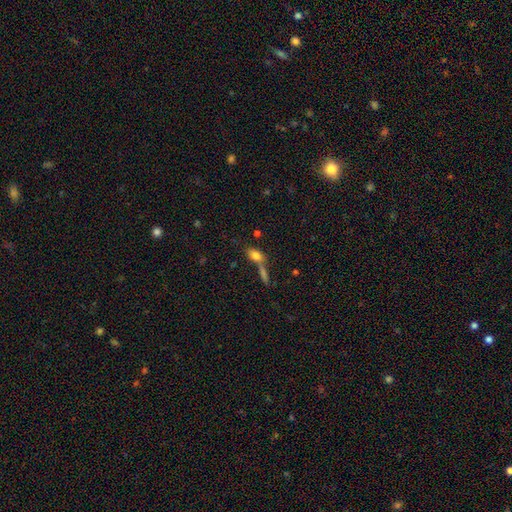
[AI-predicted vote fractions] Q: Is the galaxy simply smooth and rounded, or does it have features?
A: smooth — 74%.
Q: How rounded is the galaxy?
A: in between — 74%.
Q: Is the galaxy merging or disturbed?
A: merger — 42%.